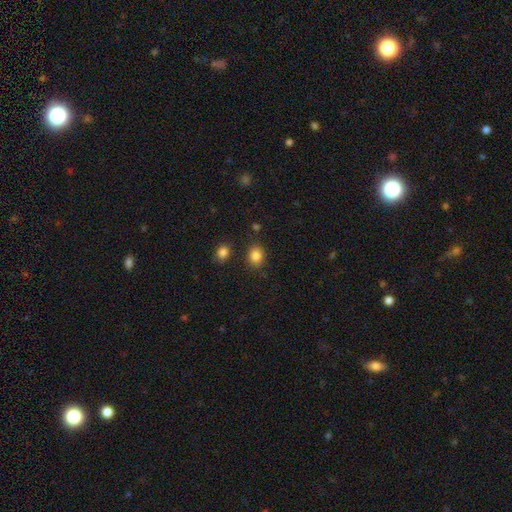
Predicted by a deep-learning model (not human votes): Smooth or featured? Predicted: smooth (p=0.85). How rounded? Predicted: round (p=0.56). Merging? Predicted: none (p=0.83).